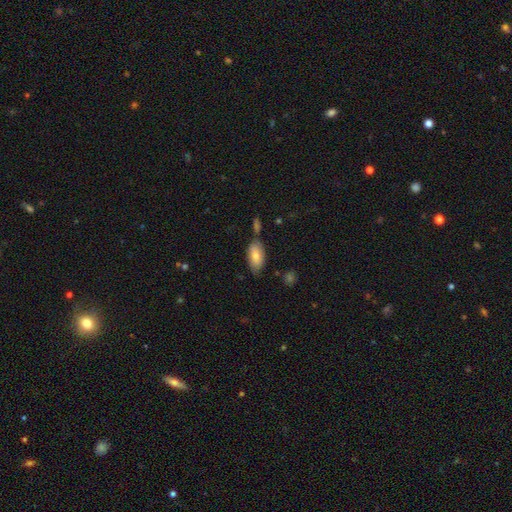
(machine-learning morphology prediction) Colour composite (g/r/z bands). It shows a smooth galaxy with no disk features (78%) that is in between round and cigar-shaped (91%). Merging: none (67%).